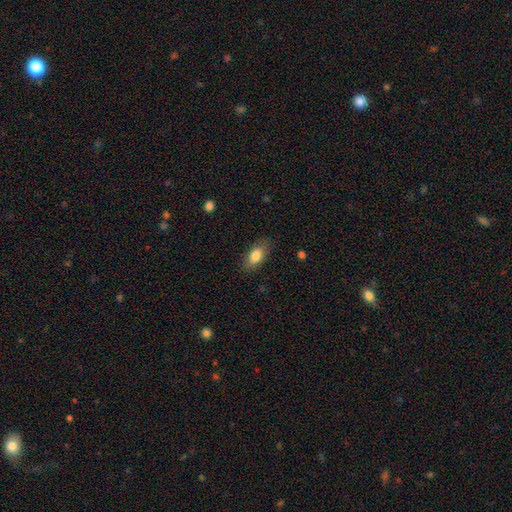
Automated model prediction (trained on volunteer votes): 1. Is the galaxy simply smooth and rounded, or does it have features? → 82% smooth, 11% featured or disk, 7% star or artifact.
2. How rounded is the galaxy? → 88% in between, 8% cigar-shaped, 5% round.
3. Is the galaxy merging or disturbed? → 82% none, 14% minor disturbance, 4% major disturbance, 1% merger.